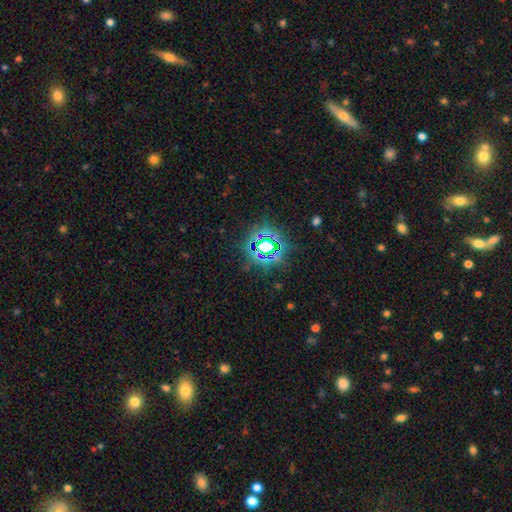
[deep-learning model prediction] A star or artifact, not a galaxy (72%).

Vote fractions:
- Smooth or featured? star or artifact: 72% / smooth: 20% / featured or disk: 8%